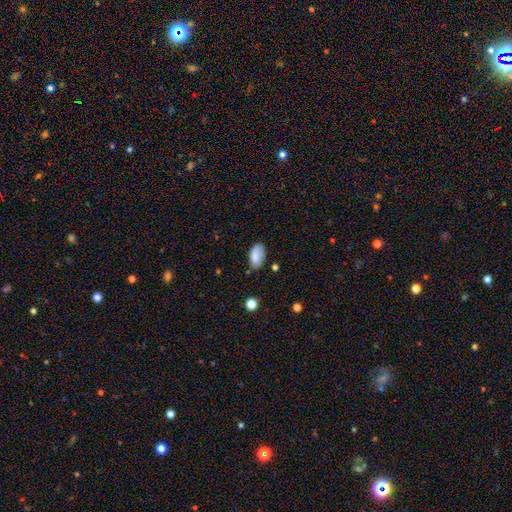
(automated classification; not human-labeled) Smooth or featured? Predicted: smooth (p=0.84). How rounded? Predicted: in between (p=0.93). Merging? Predicted: none (p=0.67).